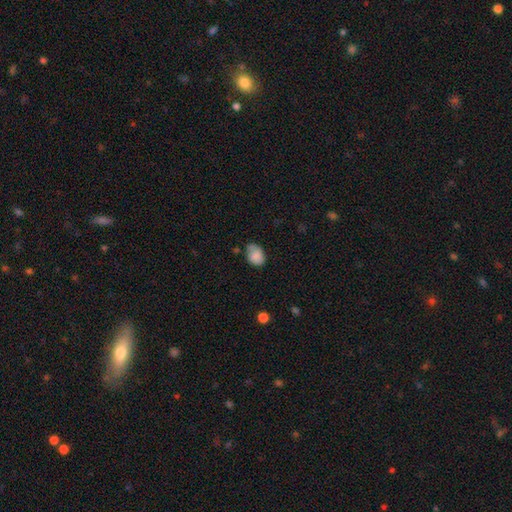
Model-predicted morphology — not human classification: This appears to be a smooth galaxy with no disk features (83%) that is in between round and cigar-shaped (74%). Merging: none (50%).